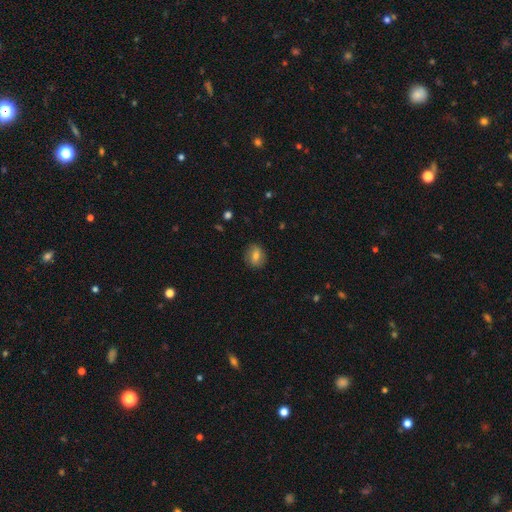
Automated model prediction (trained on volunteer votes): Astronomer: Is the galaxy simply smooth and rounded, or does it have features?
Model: smooth — 71%.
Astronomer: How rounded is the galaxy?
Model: round — 54% (runner-up: in between, 44%).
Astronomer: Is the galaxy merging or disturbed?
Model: none — 82%.